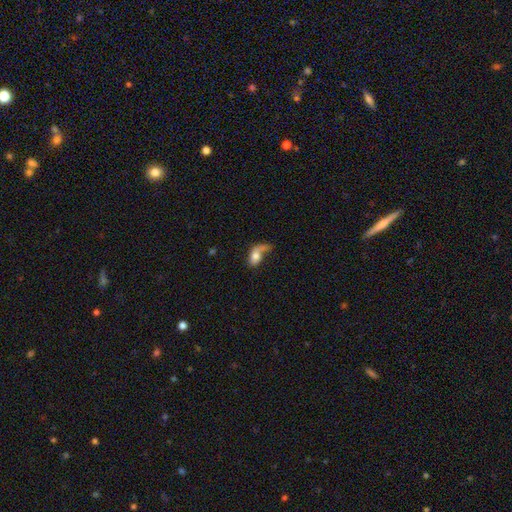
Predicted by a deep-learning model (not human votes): A smooth galaxy with no disk features (63%) that is in between round and cigar-shaped (81%).

Vote fractions:
- Smooth or featured? smooth: 63% / featured or disk: 29% / star or artifact: 8%
- How rounded? in between: 81% / round: 14% / cigar-shaped: 6%
- Merging? major disturbance: 46% / none: 23% / minor disturbance: 21% / merger: 11%